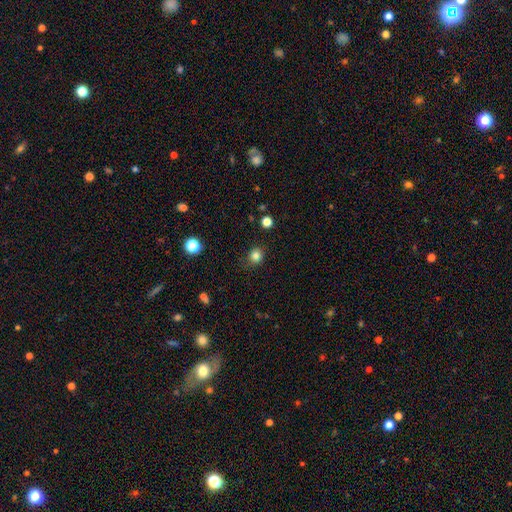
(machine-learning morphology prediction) Smooth or featured?
  - smooth: 83% *
  - star or artifact: 13%
  - featured or disk: 5%
How rounded?
  - round: 81% *
  - in between: 18%
  - cigar-shaped: 1%
Merging?
  - none: 81% *
  - minor disturbance: 14%
  - major disturbance: 4%
  - merger: 1%